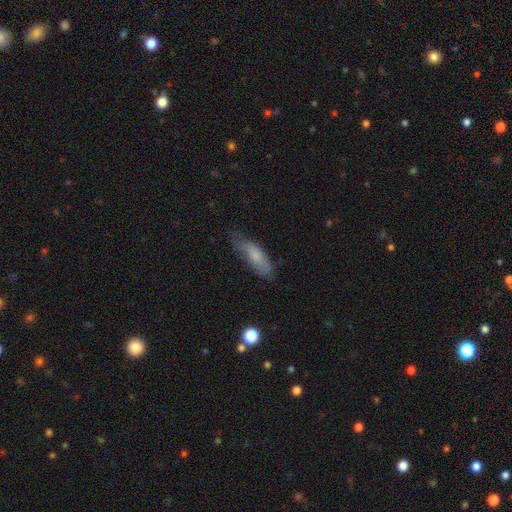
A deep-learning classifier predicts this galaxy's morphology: Smooth or featured: smooth — 69% (featured or disk — 24%)
How rounded: in between — 54% (cigar-shaped — 44%)
Merging: none — 50% (minor disturbance — 34%)